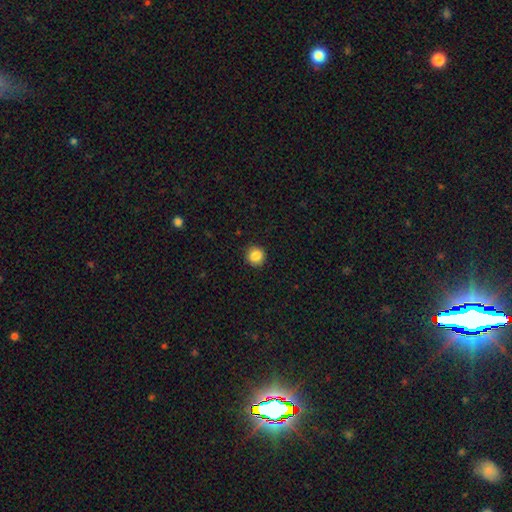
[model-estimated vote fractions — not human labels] Q: Smooth or featured?
A: smooth (87%); runner-up: star or artifact (9%)
Q: How rounded?
A: round (91%); runner-up: in between (8%)
Q: Merging?
A: none (90%); runner-up: minor disturbance (7%)